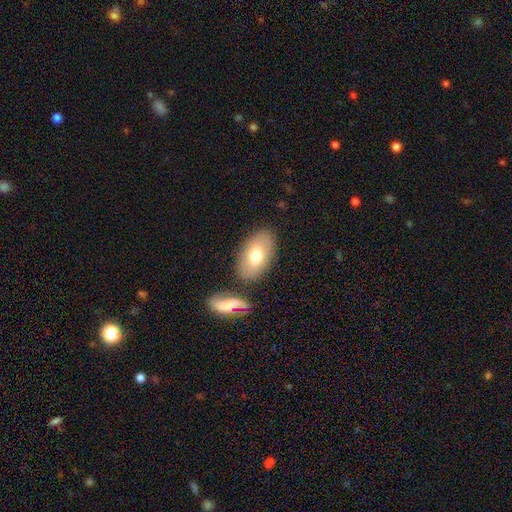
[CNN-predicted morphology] Overall: smooth (71%). How rounded: in between (91%). Merging: none (77%).